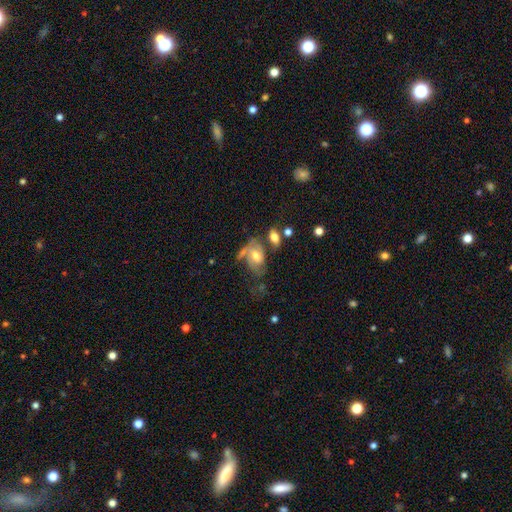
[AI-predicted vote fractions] Smooth or featured: featured or disk — 61% (smooth — 31%)
Edge-on disk: no — 96% (yes — 4%)
Bar: no — 56% (weak — 35%)
Spiral arms: yes — 80% (no — 20%)
Bulge size: moderate — 64% (small — 21%)
Merging: none — 32% (major disturbance — 24%)